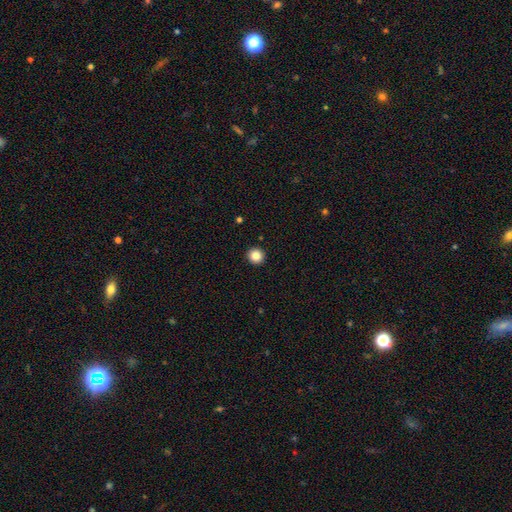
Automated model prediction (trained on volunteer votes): Q: Smooth or featured?
A: smooth (85%); runner-up: star or artifact (11%)
Q: How rounded?
A: round (96%); runner-up: in between (3%)
Q: Merging?
A: none (94%); runner-up: minor disturbance (4%)